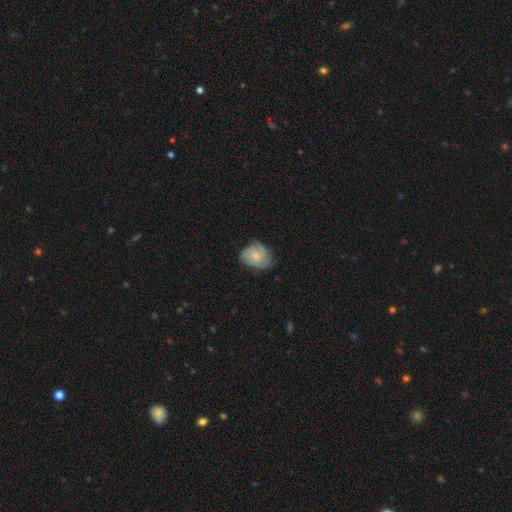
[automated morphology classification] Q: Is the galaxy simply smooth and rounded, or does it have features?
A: featured or disk — 52%.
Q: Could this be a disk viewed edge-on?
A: no — 97%.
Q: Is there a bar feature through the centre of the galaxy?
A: no — 78%.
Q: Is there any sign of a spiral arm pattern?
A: yes — 87%.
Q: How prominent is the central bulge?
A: small — 47%.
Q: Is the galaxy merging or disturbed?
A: none — 63%.